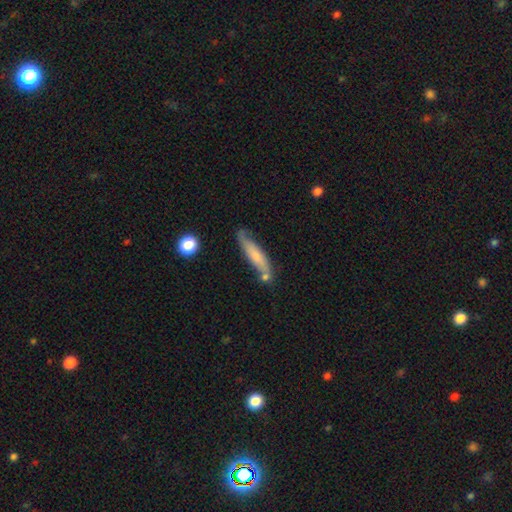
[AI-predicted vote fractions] A smooth galaxy with no disk features (62%) that is cigar-shaped (82%).

Vote fractions:
- Smooth or featured? smooth: 62% / featured or disk: 32% / star or artifact: 6%
- How rounded? cigar-shaped: 82% / in between: 16% / round: 2%
- Merging? none: 62% / minor disturbance: 22% / merger: 11% / major disturbance: 6%